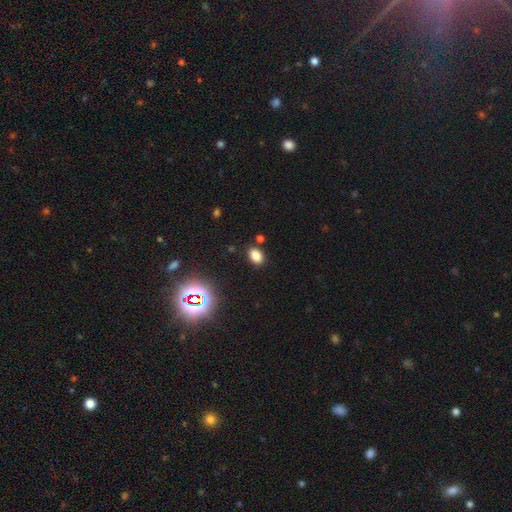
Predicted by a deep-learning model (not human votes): This appears to be a smooth galaxy with no disk features (79%) that is in between round and cigar-shaped (82%). Merging: none (84%).